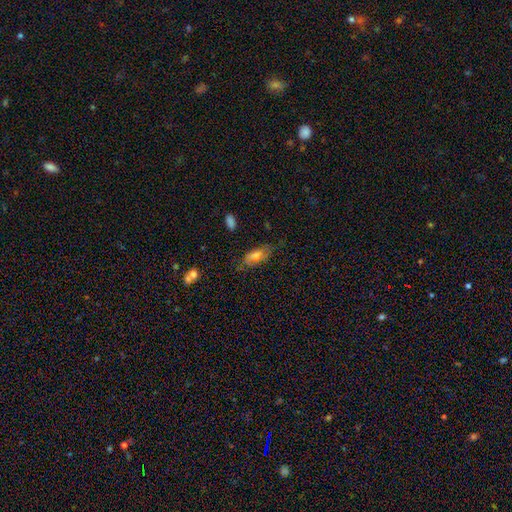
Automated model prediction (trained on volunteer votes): Overall: smooth (52%; featured or disk 37%). How rounded: in between (81%). Merging: none (65%).